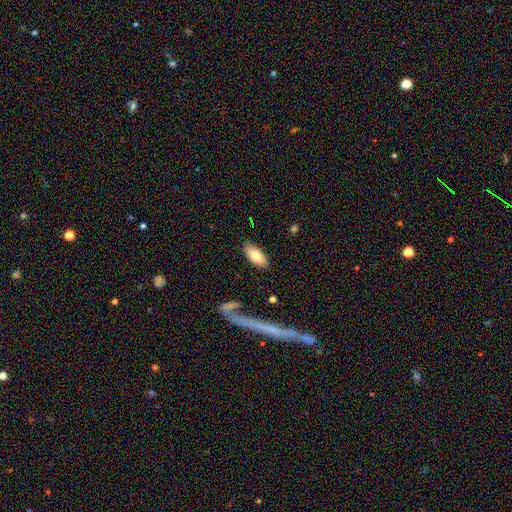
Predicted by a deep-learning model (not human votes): Overall: smooth (76%). How rounded: in between (90%). Merging: none (84%).